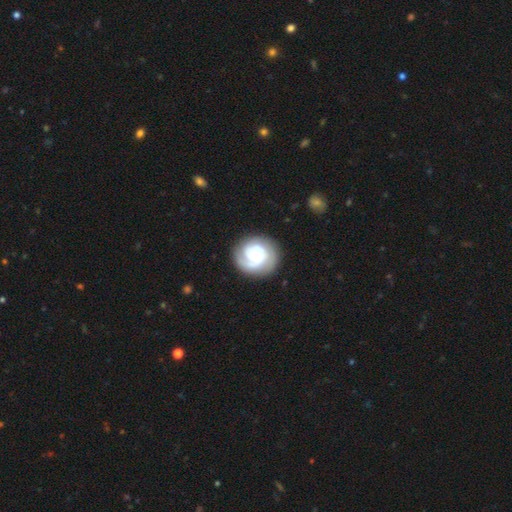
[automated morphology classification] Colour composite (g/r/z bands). It shows a featured or disk galaxy (80%) with no bar (57%), 2 (53%) tight (67%) spiral arms (94%) and a small central bulge (56%). Merging: none (82%).